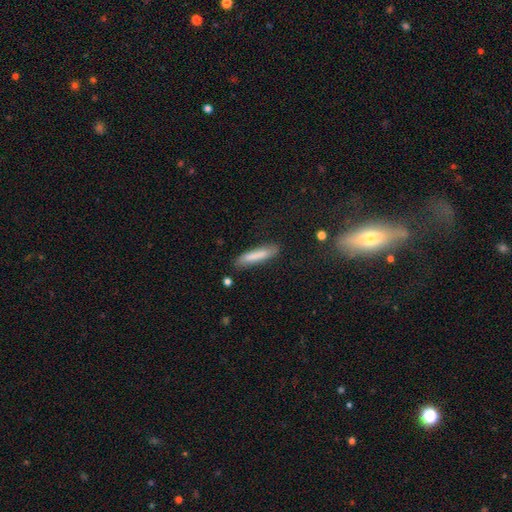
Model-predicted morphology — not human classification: Smooth or featured: smooth — 81% (featured or disk — 13%)
How rounded: cigar-shaped — 87% (in between — 12%)
Merging: none — 82% (minor disturbance — 13%)